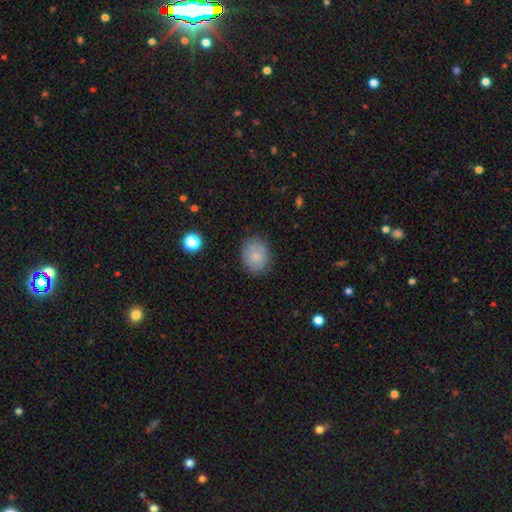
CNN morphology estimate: Smooth or featured? Predicted: smooth (p=0.76). How rounded? Predicted: round (p=0.54). Merging? Predicted: none (p=0.80).